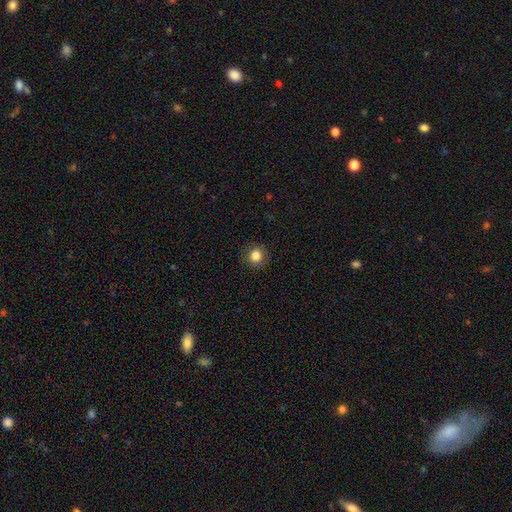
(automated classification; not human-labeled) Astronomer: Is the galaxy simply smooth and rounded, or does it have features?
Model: smooth — 84%.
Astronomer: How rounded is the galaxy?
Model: round — 88%.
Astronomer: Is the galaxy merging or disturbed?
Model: none — 90%.